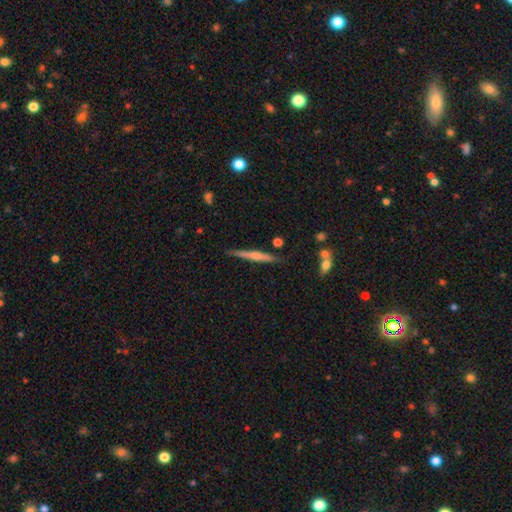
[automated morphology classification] Smooth or featured?
  - featured or disk: 49% *
  - smooth: 45%
  - star or artifact: 6%
Merging?
  - none: 84% *
  - minor disturbance: 11%
  - merger: 3%
  - major disturbance: 2%